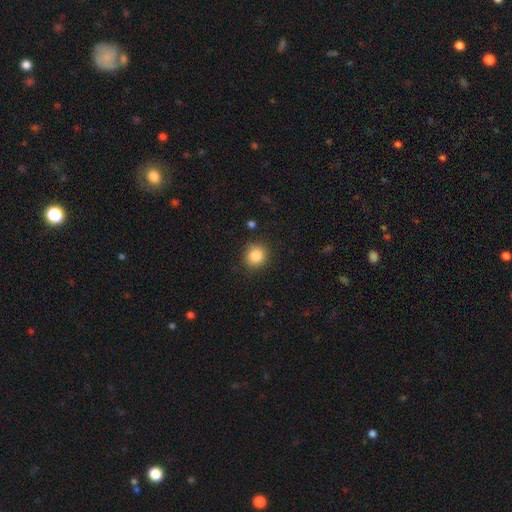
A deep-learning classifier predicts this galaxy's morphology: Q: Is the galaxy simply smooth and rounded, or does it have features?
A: smooth — 85%.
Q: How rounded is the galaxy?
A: round — 88%.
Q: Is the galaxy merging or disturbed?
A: none — 87%.